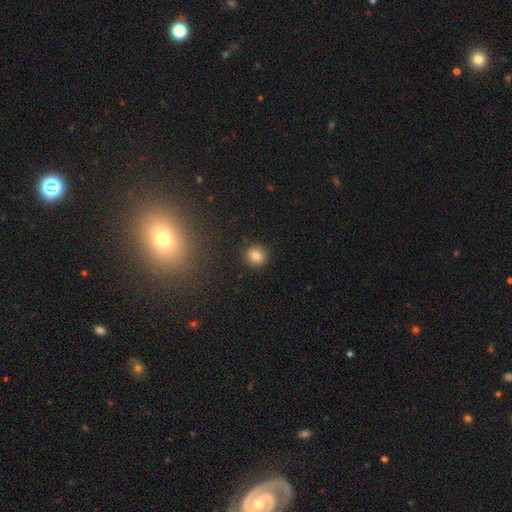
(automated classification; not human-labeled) This appears to be a smooth galaxy with no disk features (80%) that is round (92%). Merging: none (91%).